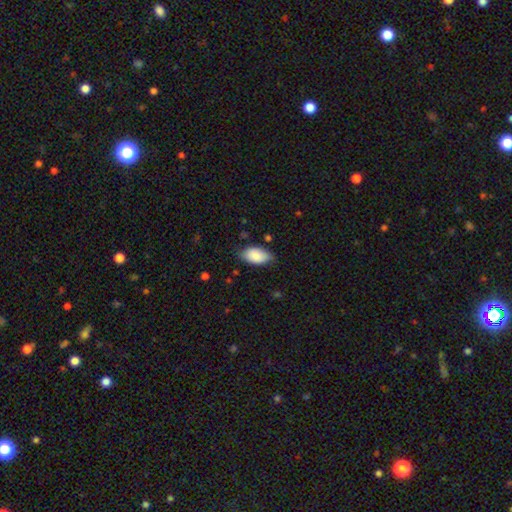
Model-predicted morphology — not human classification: This appears to be a smooth galaxy with no disk features (87%) that is in between round and cigar-shaped (94%). Merging: none (71%).